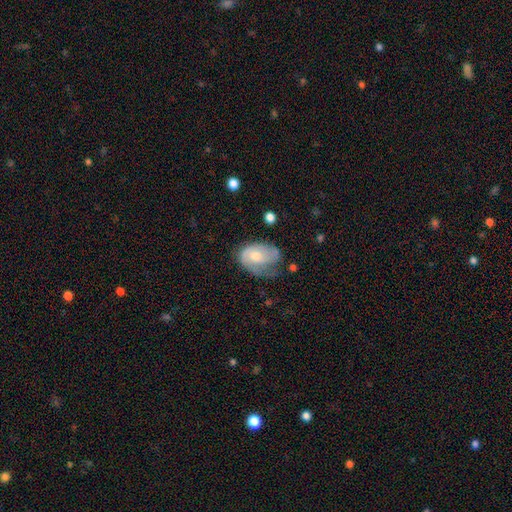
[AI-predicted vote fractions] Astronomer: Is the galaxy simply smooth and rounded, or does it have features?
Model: featured or disk — 49% (runner-up: smooth, 44%).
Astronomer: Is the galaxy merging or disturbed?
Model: none — 36% (runner-up: minor disturbance, 35%).